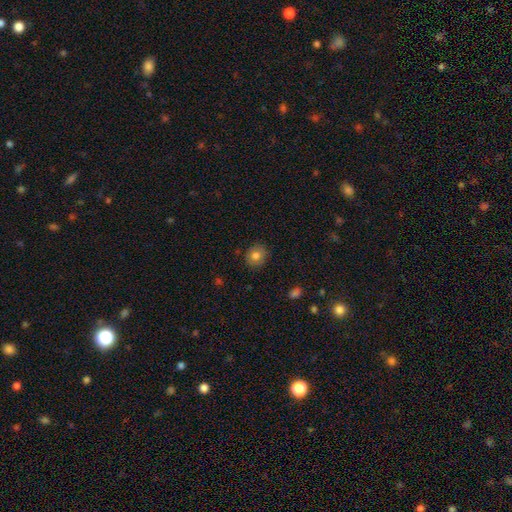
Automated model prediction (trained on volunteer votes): Smooth or featured?
  - smooth: 80% *
  - featured or disk: 11%
  - star or artifact: 10%
How rounded?
  - round: 78% *
  - in between: 22%
  - cigar-shaped: 1%
Merging?
  - none: 88% *
  - minor disturbance: 9%
  - major disturbance: 2%
  - merger: 1%